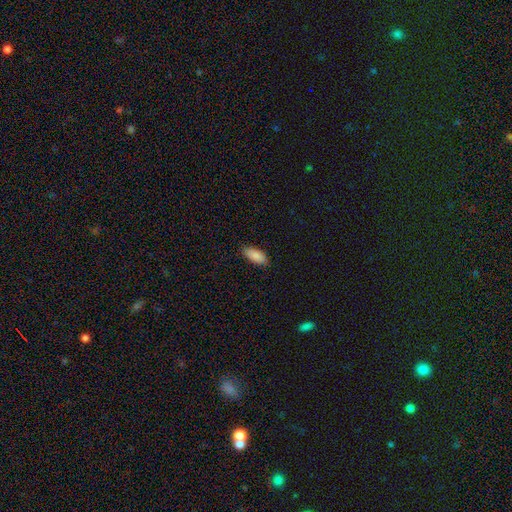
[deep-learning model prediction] A smooth galaxy with no disk features (88%) that is in between round and cigar-shaped (86%).

Vote fractions:
- Smooth or featured? smooth: 88% / star or artifact: 6% / featured or disk: 6%
- How rounded? in between: 86% / cigar-shaped: 13% / round: 2%
- Merging? none: 85% / minor disturbance: 12% / major disturbance: 2% / merger: 1%